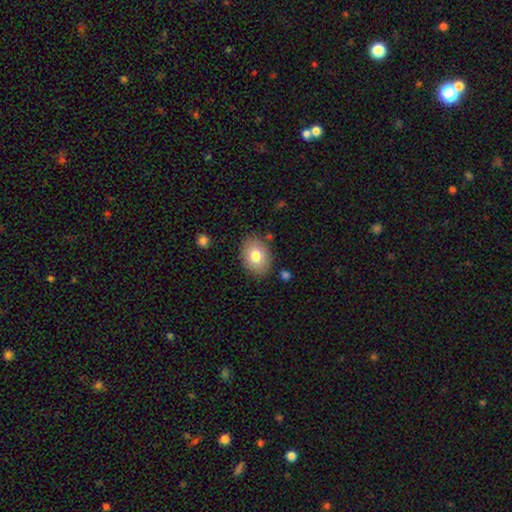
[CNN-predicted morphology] type=smooth (78%); roundness=in between (70%); merging=none (84%).